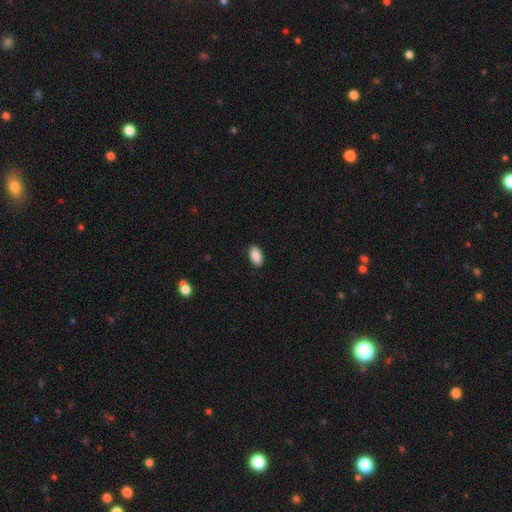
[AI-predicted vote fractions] smooth 89%, star or artifact 7%, featured or disk 4%. Down the decision tree: how rounded — in between (94%); merging — none (89%).